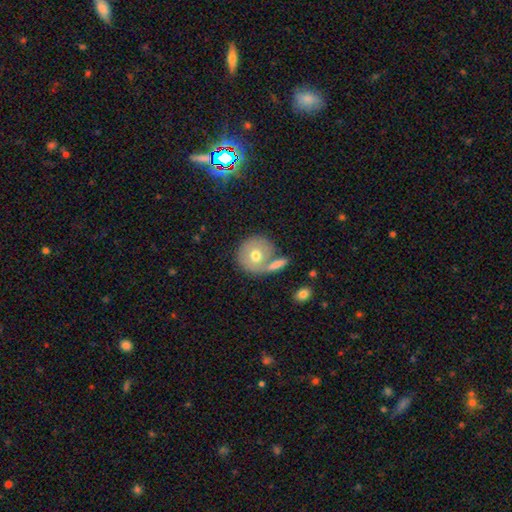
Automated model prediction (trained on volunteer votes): Smooth or featured: smooth — 66% (featured or disk — 27%)
How rounded: round — 89% (in between — 10%)
Merging: none — 58% (merger — 23%)